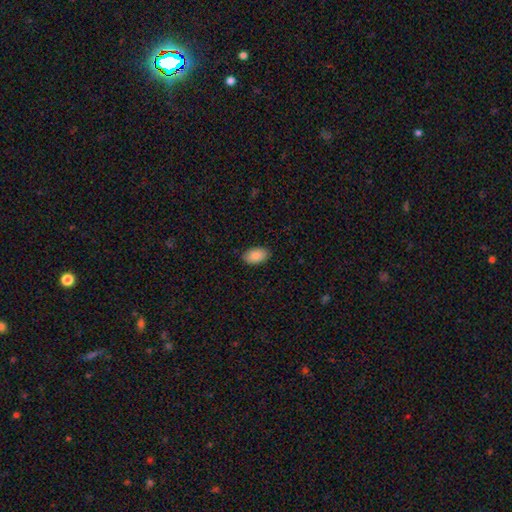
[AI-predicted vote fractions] Smooth or featured: smooth — 89% (star or artifact — 7%)
How rounded: in between — 94% (round — 5%)
Merging: none — 89% (minor disturbance — 9%)